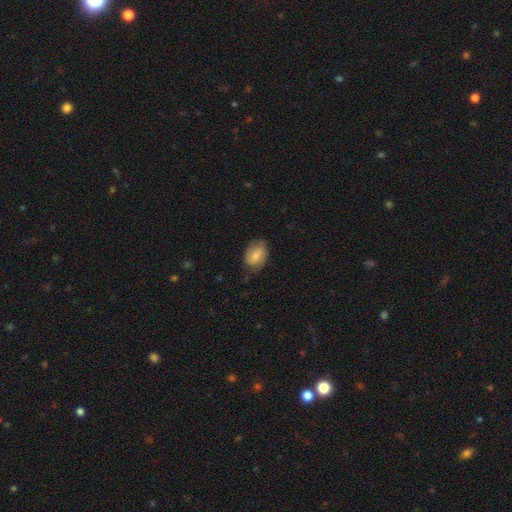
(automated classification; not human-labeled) A smooth galaxy with no disk features (73%) that is in between round and cigar-shaped (73%).

Vote fractions:
- Smooth or featured? smooth: 73% / featured or disk: 20% / star or artifact: 7%
- How rounded? in between: 73% / round: 25% / cigar-shaped: 1%
- Merging? none: 68% / minor disturbance: 25% / major disturbance: 5% / merger: 1%